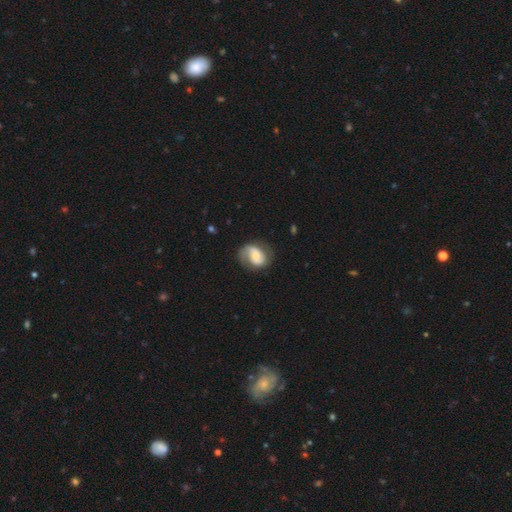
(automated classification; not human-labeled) A featured or disk galaxy (67%) with no bar (50%), 2 (67%) medium (42%) spiral arms (90%) and a moderate central bulge (43%, tied with small).

Vote fractions:
- Smooth or featured? featured or disk: 67% / smooth: 27% / star or artifact: 6%
- Edge-on disk? no: 97% / yes: 3%
- Bar? no: 50% / weak: 37% / strong: 14%
- Spiral arms? yes: 90% / no: 10%
- Spiral winding? medium: 42% / loose: 32% / tight: 26%
- Spiral arm count? 2: 67% / 1: 23% / can't tell: 7% / 3: 1% / 4: 1% / more than 4: 1%
- Bulge size? moderate: 43% (tied) / small: 43% (tied) / large: 8% / none: 5% / dominant: 2%
- Merging? none: 64% / minor disturbance: 22% / major disturbance: 13% / merger: 1%